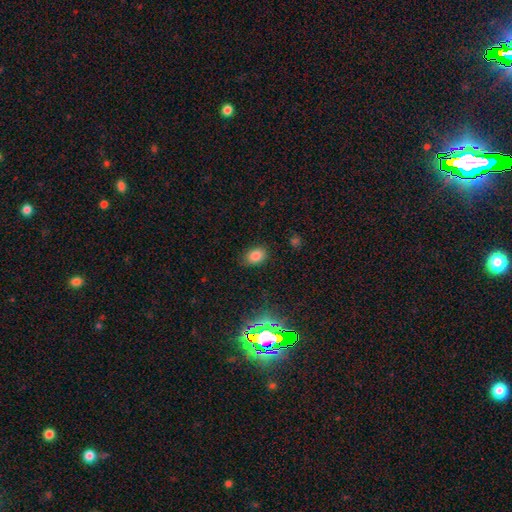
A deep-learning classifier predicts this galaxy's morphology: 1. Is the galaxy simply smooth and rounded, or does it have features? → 79% smooth, 15% star or artifact, 6% featured or disk.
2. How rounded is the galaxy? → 73% in between, 26% round, 1% cigar-shaped.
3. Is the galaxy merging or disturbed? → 83% none, 12% minor disturbance, 3% major disturbance, 1% merger.